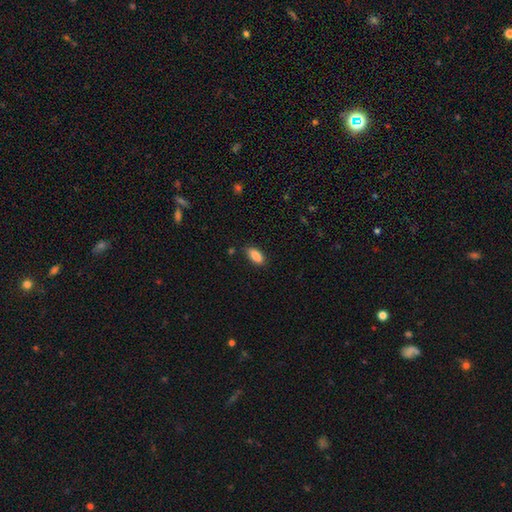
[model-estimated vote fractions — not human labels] Smooth or featured? Predicted: smooth (p=0.89). How rounded? Predicted: in between (p=0.88). Merging? Predicted: none (p=0.84).